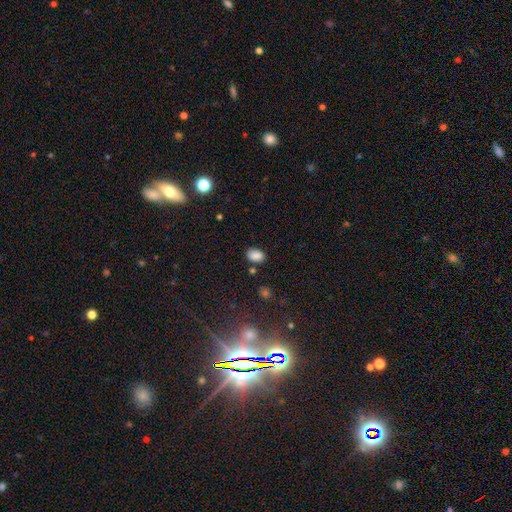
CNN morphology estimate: type=smooth (84%); roundness=in between (83%); merging=none (79%).